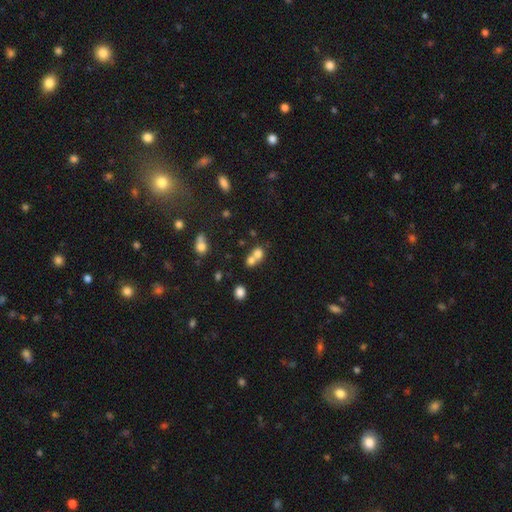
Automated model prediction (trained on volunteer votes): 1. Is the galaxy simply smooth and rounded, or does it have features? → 73% smooth, 14% star or artifact, 13% featured or disk.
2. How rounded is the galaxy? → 75% round, 24% in between, 1% cigar-shaped.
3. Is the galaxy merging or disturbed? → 59% merger, 32% none, 6% minor disturbance, 3% major disturbance.